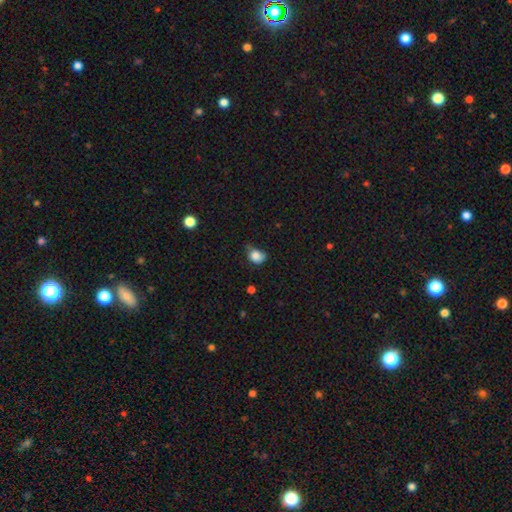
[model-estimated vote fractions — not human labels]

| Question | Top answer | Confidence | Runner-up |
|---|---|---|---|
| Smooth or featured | smooth | 80% | featured or disk (11%) |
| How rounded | round | 50% | in between (49%) |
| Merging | minor disturbance | 45% | none (30%) |